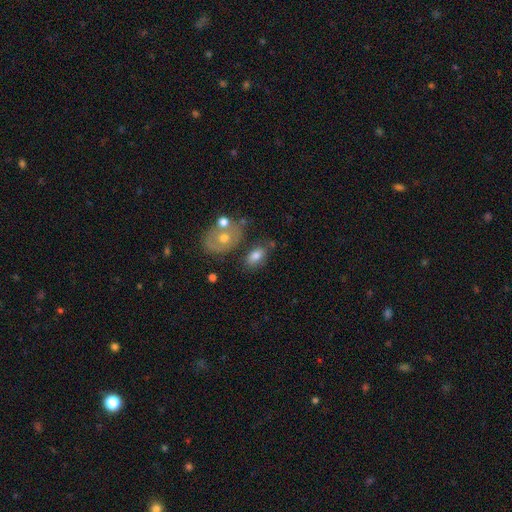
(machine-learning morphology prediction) smooth-or-featured: smooth: 75% | featured or disk: 17% | star or artifact: 8%
  how-rounded: in between: 89% | round: 8% | cigar-shaped: 2%
  merging: none: 61% | minor disturbance: 17% | merger: 16% | major disturbance: 6%